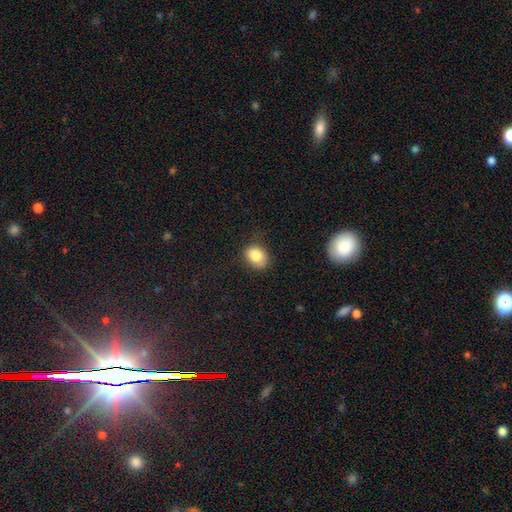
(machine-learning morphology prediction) The model was most divided on "how rounded": in between: 59%, round: 40%, cigar-shaped: 1%. More confident: smooth or featured — smooth (83%); merging — none (71%).